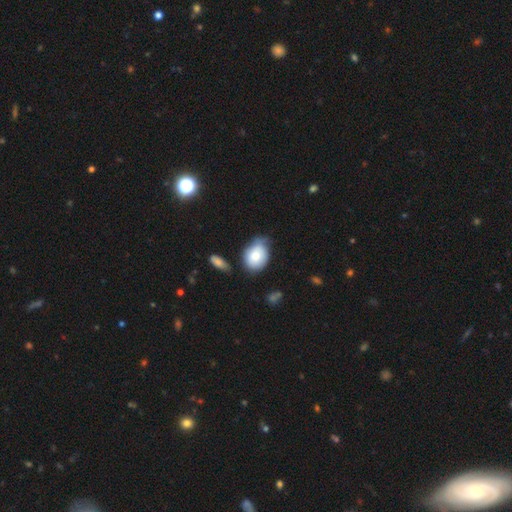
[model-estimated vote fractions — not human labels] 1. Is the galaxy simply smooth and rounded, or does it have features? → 77% smooth, 16% featured or disk, 7% star or artifact.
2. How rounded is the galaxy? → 67% in between, 32% round, 1% cigar-shaped.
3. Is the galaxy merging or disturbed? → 46% none, 39% minor disturbance, 9% major disturbance, 5% merger.